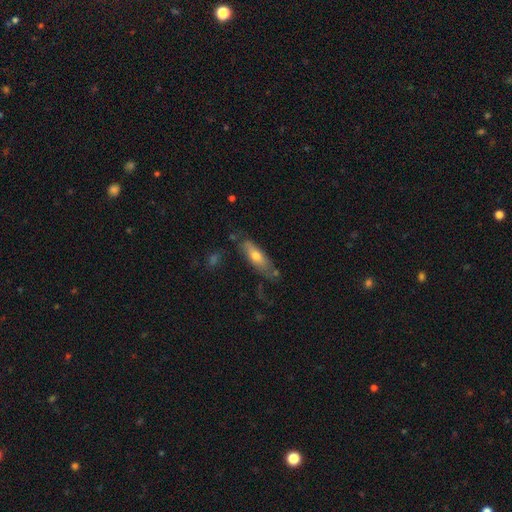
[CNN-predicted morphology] smooth_or_featured: smooth (p=0.64) [alt: featured or disk p=0.29]
how_rounded: in between (p=0.49) [alt: cigar-shaped p=0.48]
merging: none (p=0.61) [alt: minor disturbance p=0.25]